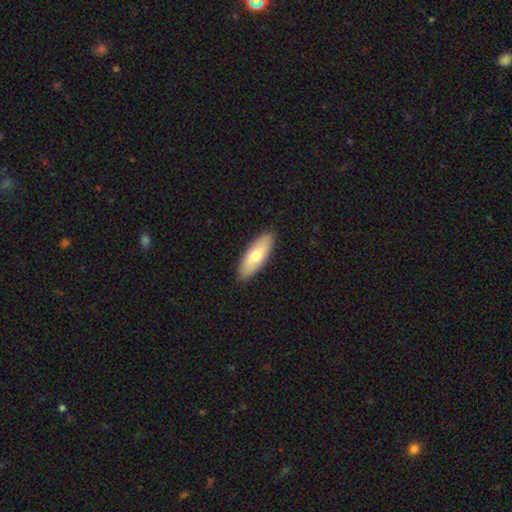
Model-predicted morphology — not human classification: A smooth galaxy with no disk features (71%) that is in between round and cigar-shaped (70%).

Vote fractions:
- Smooth or featured? smooth: 71% / featured or disk: 23% / star or artifact: 5%
- How rounded? in between: 70% / cigar-shaped: 28% / round: 2%
- Merging? none: 89% / minor disturbance: 8% / major disturbance: 2% / merger: 1%